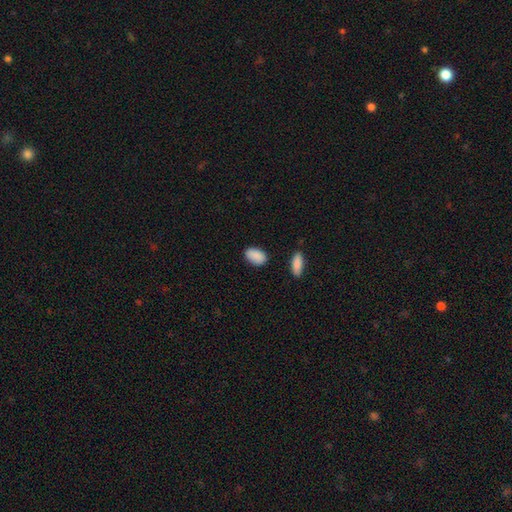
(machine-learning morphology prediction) This is clearly a smooth galaxy (89%). How rounded: clearly in between (91%). Merging: clearly none (82%).